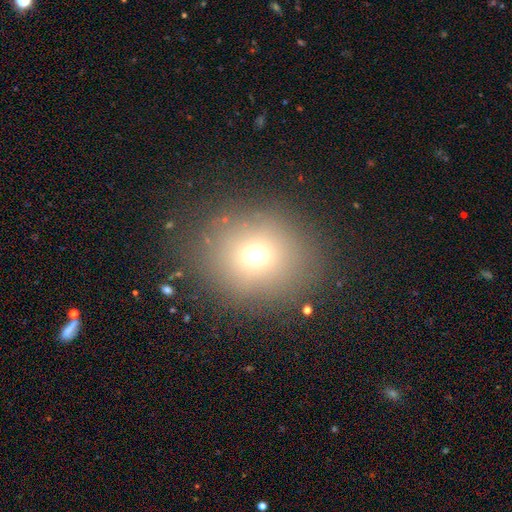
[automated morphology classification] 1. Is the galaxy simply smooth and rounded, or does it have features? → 68% smooth, 20% star or artifact, 12% featured or disk.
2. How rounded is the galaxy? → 70% round, 29% in between, 1% cigar-shaped.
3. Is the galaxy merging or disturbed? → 83% none, 10% minor disturbance, 5% major disturbance, 2% merger.